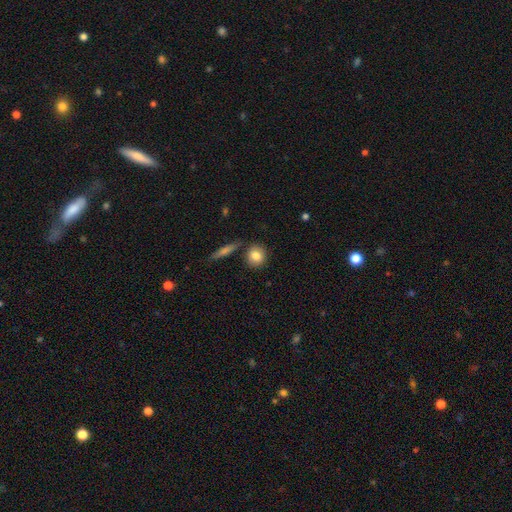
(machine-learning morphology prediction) type=smooth (83%); roundness=round (80%); merging=none (81%).